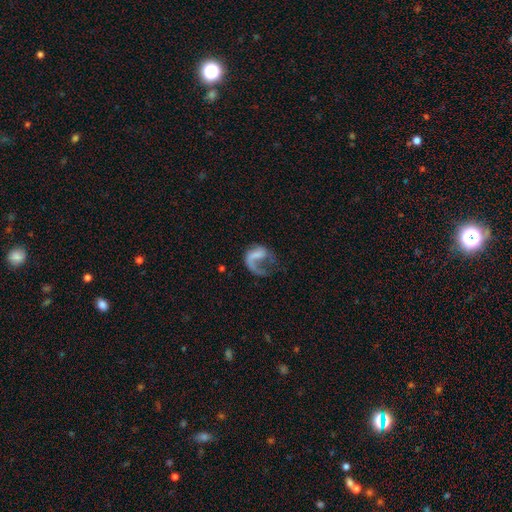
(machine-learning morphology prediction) A featured or disk galaxy (63%) with no bar (61%), spiral arms (76%) and no central bulge (60%). Merging: major disturbance (55%).